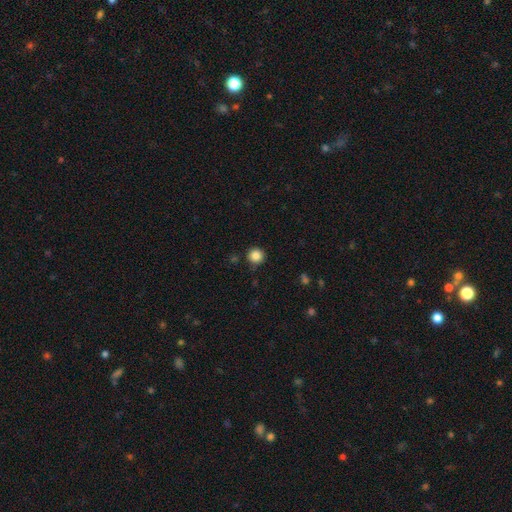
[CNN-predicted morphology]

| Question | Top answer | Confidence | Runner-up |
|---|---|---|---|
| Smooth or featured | smooth | 85% | star or artifact (11%) |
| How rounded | round | 95% | in between (4%) |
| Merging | none | 89% | minor disturbance (7%) |